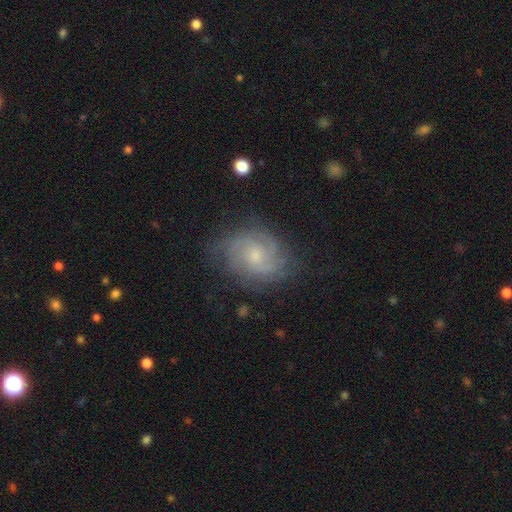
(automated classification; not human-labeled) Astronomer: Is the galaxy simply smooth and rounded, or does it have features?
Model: featured or disk — 78%.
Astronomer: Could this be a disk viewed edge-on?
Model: no — 98%.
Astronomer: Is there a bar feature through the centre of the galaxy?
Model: no — 67%.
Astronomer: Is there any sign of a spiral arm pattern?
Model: yes — 94%.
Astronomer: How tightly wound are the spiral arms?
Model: tight — 51% (runner-up: medium, 38%).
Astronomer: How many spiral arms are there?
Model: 2 — 33% (runner-up: can't tell, 29%).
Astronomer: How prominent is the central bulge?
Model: small — 54% (runner-up: moderate, 39%).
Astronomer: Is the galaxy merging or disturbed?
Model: none — 73%.